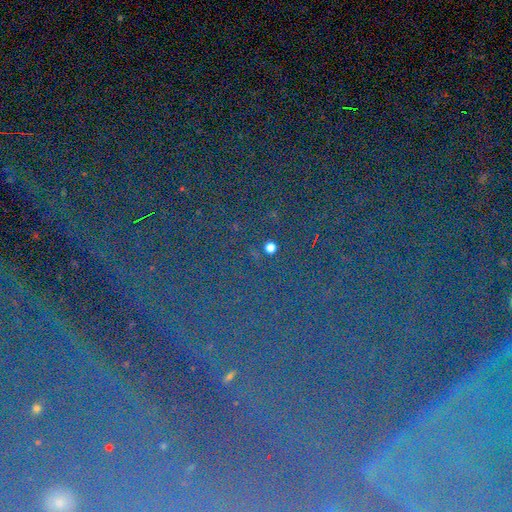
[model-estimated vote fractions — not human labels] Overall: star or artifact (80%).